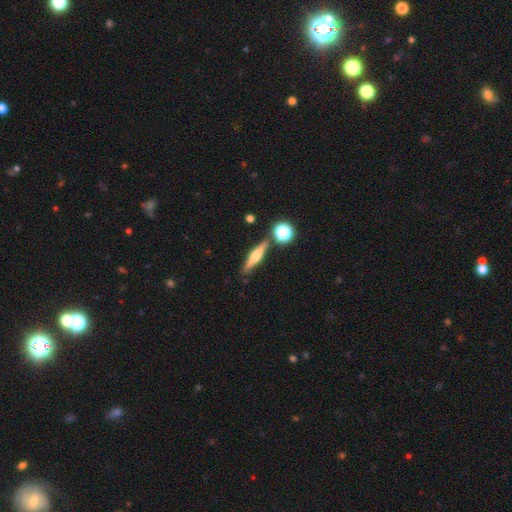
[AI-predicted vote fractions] Smooth or featured? Predicted: featured or disk (p=0.53). Edge-on disk? Predicted: yes (p=0.95). Edge-on bulge? Predicted: rounded (p=0.84). Merging? Predicted: none (p=0.82).